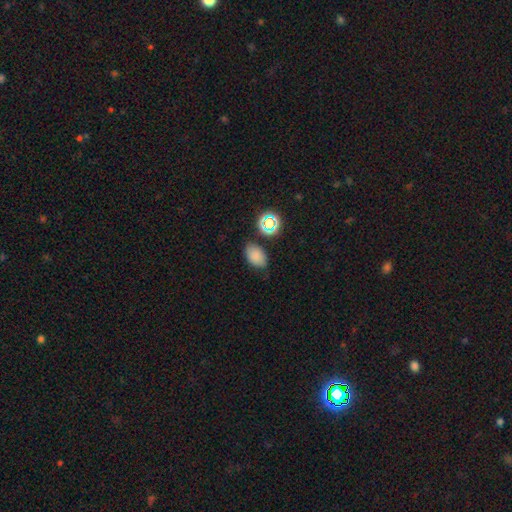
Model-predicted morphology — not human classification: type=smooth (78%); roundness=in between (86%); merging=none (76%).